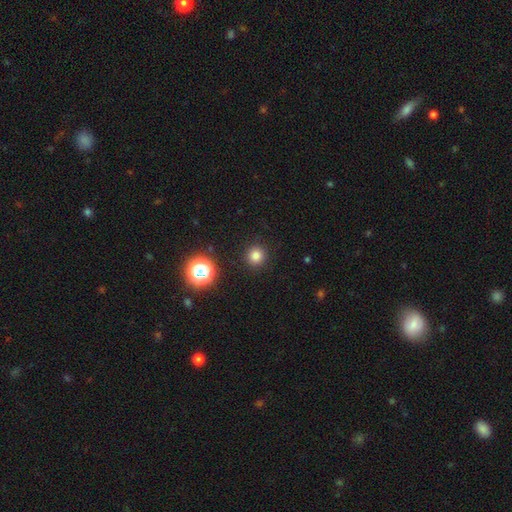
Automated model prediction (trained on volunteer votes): Smooth or featured?
  - smooth: 79% *
  - star or artifact: 16%
  - featured or disk: 5%
How rounded?
  - round: 95% *
  - in between: 4%
  - cigar-shaped: 1%
Merging?
  - none: 92% *
  - minor disturbance: 5%
  - major disturbance: 2%
  - merger: 1%